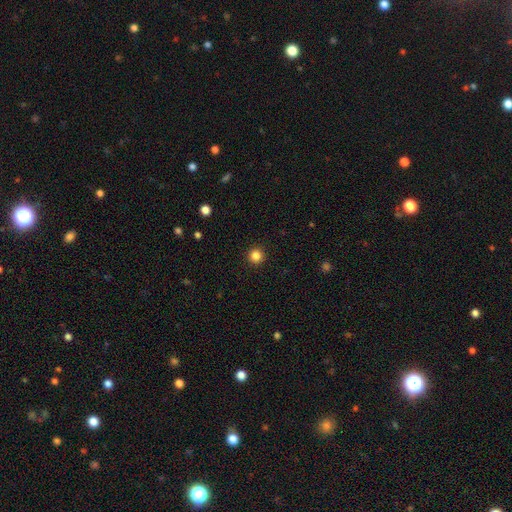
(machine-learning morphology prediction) Q: Smooth or featured?
A: smooth (85%); runner-up: star or artifact (12%)
Q: How rounded?
A: round (96%); runner-up: in between (3%)
Q: Merging?
A: none (93%); runner-up: minor disturbance (4%)